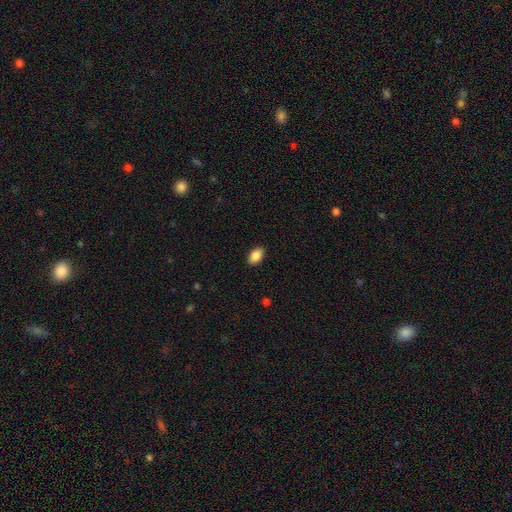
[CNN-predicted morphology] This appears to be a smooth galaxy with no disk features (87%) that is in between round and cigar-shaped (91%). Merging: none (89%).